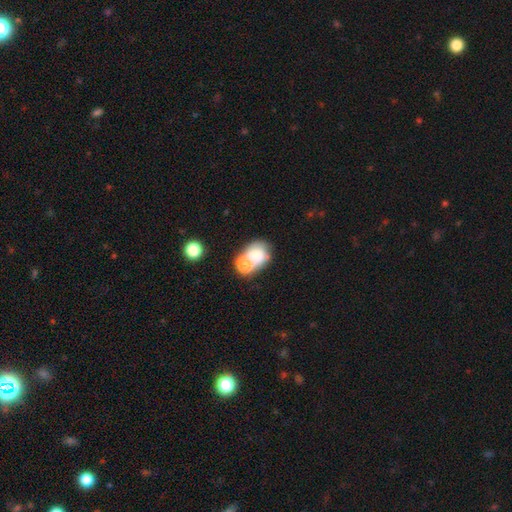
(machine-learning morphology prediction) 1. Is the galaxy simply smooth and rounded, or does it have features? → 66% smooth, 23% featured or disk, 11% star or artifact.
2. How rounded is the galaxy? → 52% in between, 47% round, 1% cigar-shaped.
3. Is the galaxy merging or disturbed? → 55% merger, 26% none, 11% minor disturbance, 8% major disturbance.